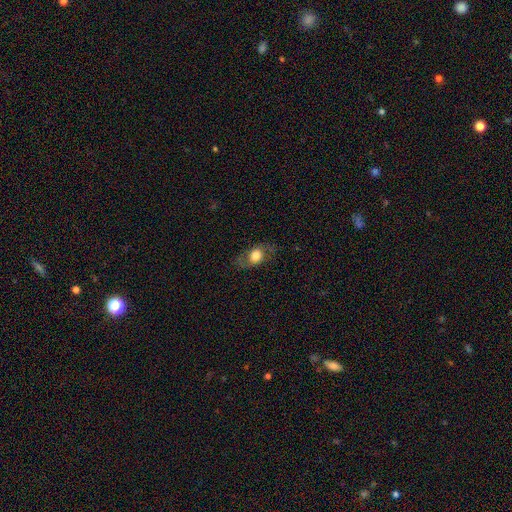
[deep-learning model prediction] This appears to be a smooth galaxy with no disk features (60%) that is in between round and cigar-shaped (61%). Merging: none (68%).